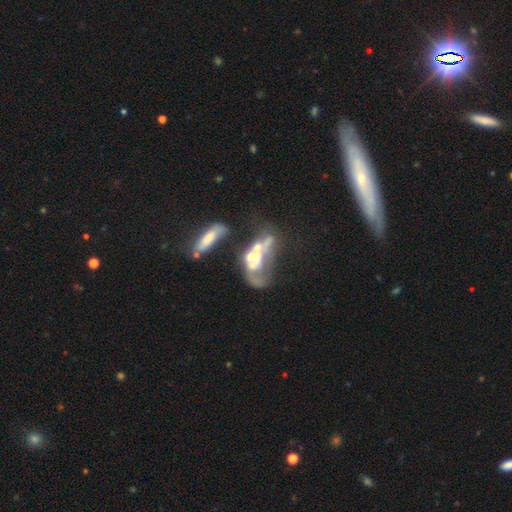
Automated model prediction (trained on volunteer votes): A featured or disk galaxy (63%) with no bar (83%), no spiral arms (81%) and a moderate central bulge (40%).

Vote fractions:
- Smooth or featured? featured or disk: 63% / smooth: 25% / star or artifact: 13%
- Edge-on disk? no: 92% / yes: 8%
- Bar? no: 83% / weak: 12% / strong: 5%
- Spiral arms? no: 81% / yes: 19%
- Bulge size? moderate: 40% / none: 22% / small: 19% / large: 15% / dominant: 3%
- Merging? merger: 52% / major disturbance: 28% / none: 12% / minor disturbance: 8%